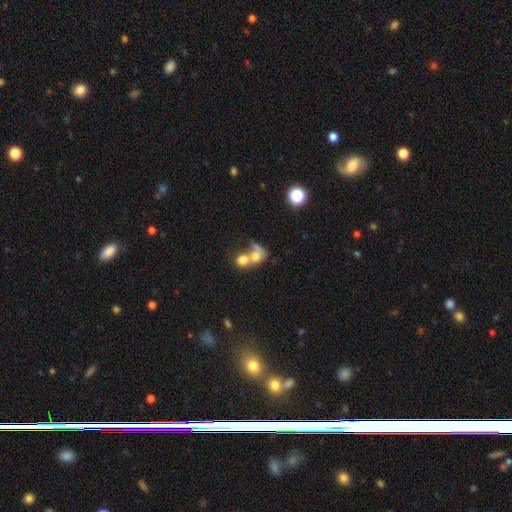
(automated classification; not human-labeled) Smooth or featured? smooth (68%)
How rounded? round (58%)
Merging? merger (74%)